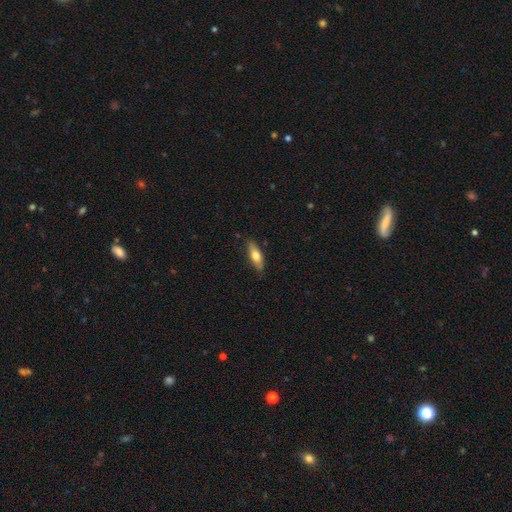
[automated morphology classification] smooth-or-featured: smooth: 64% | featured or disk: 30% | star or artifact: 6%
  how-rounded: in between: 50% | cigar-shaped: 48% | round: 2%
  merging: none: 83% | minor disturbance: 14% | major disturbance: 2% | merger: 1%